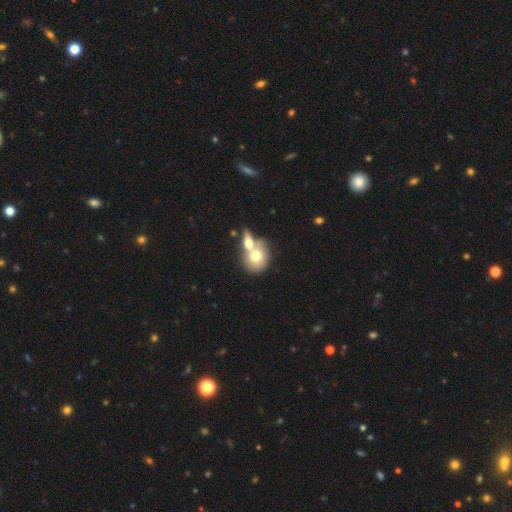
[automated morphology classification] A smooth galaxy with no disk features (66%) that is round (67%).

Vote fractions:
- Smooth or featured? smooth: 66% / featured or disk: 26% / star or artifact: 8%
- How rounded? round: 67% / in between: 32% / cigar-shaped: 2%
- Merging? merger: 67% / none: 23% / minor disturbance: 7% / major disturbance: 4%